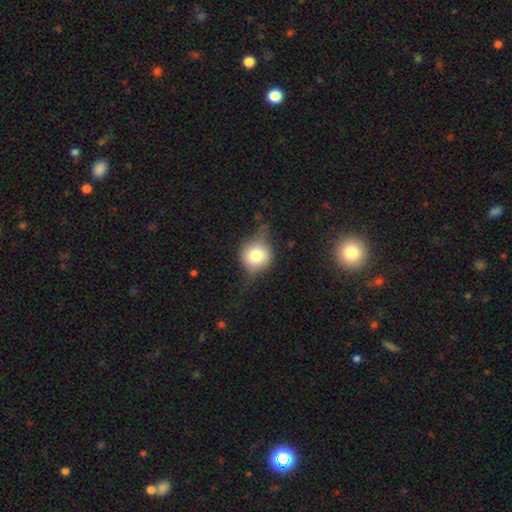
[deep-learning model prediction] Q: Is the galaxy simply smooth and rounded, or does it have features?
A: smooth — 57%.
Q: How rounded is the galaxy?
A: round — 85%.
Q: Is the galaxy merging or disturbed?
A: none — 56%.